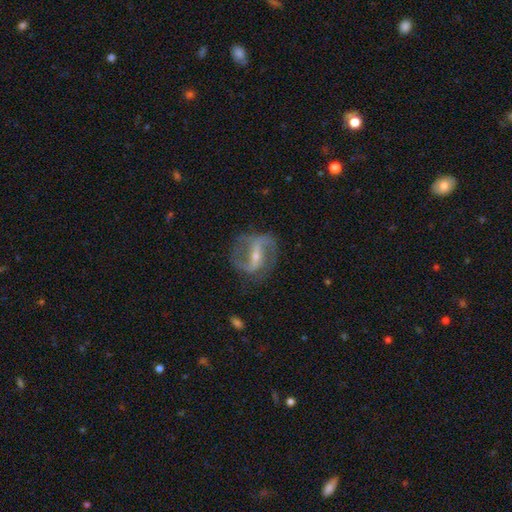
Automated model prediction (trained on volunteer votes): This appears to be a featured or disk galaxy (88%) with a strong bar (57%), 2 (89%) loose (45%) spiral arms (94%) and a small central bulge (65%). Merging: none (74%).